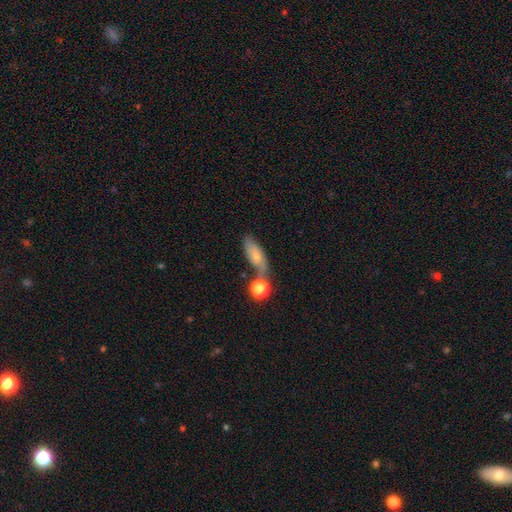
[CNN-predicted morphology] A smooth galaxy with no disk features (55%) that is in between round and cigar-shaped (70%).

Vote fractions:
- Smooth or featured? smooth: 55% / featured or disk: 35% / star or artifact: 10%
- How rounded? in between: 70% / cigar-shaped: 21% / round: 9%
- Merging? none: 42% / merger: 25% / minor disturbance: 21% / major disturbance: 11%